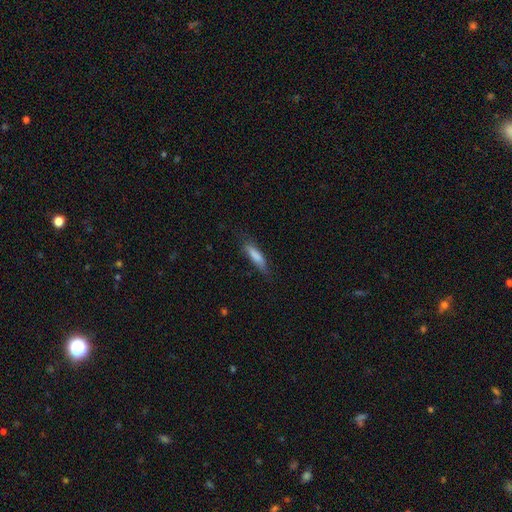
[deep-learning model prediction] This appears to be a smooth galaxy with no disk features (79%) that is cigar-shaped (66%). Merging: none (65%).